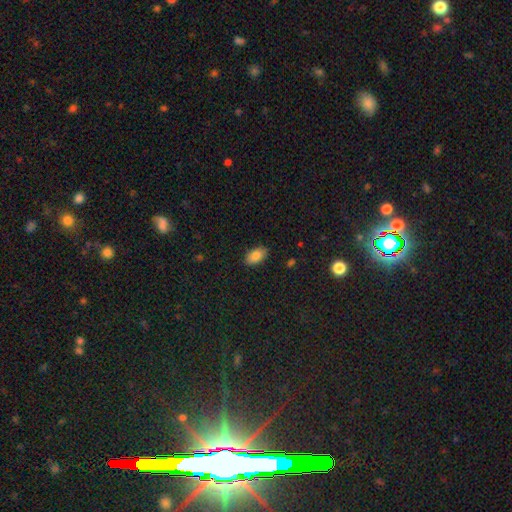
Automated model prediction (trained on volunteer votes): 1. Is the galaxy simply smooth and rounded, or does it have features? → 85% smooth, 8% star or artifact, 7% featured or disk.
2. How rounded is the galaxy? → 93% in between, 5% round, 2% cigar-shaped.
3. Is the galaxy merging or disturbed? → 87% none, 10% minor disturbance, 2% major disturbance, 1% merger.